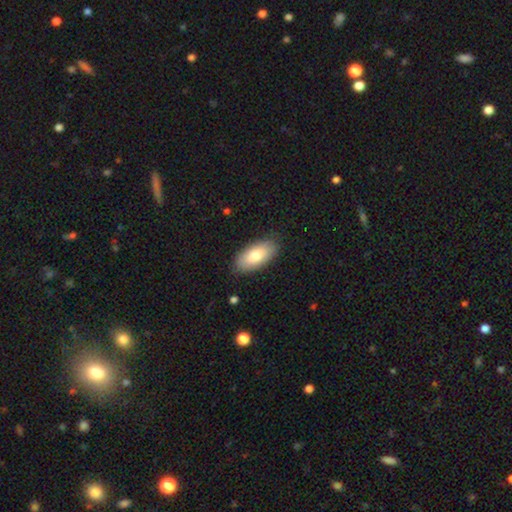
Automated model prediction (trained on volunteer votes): Smooth or featured?
  - smooth: 80% *
  - featured or disk: 15%
  - star or artifact: 6%
How rounded?
  - in between: 92% *
  - cigar-shaped: 5%
  - round: 2%
Merging?
  - none: 86% *
  - minor disturbance: 11%
  - major disturbance: 2%
  - merger: 1%